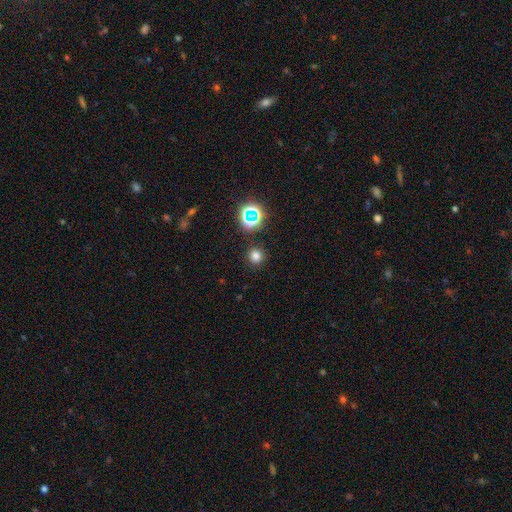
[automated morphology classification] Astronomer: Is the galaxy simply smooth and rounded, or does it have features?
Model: smooth — 73%.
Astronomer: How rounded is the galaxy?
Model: round — 91%.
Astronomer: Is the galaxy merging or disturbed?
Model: none — 89%.